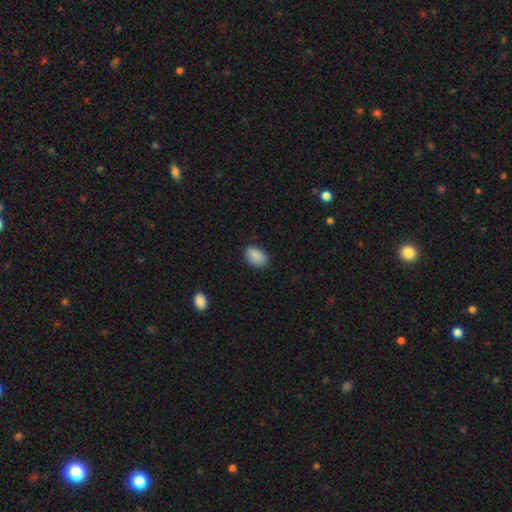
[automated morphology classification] Q: Smooth or featured?
A: smooth (89%); runner-up: star or artifact (7%)
Q: How rounded?
A: in between (87%); runner-up: round (12%)
Q: Merging?
A: none (84%); runner-up: minor disturbance (12%)